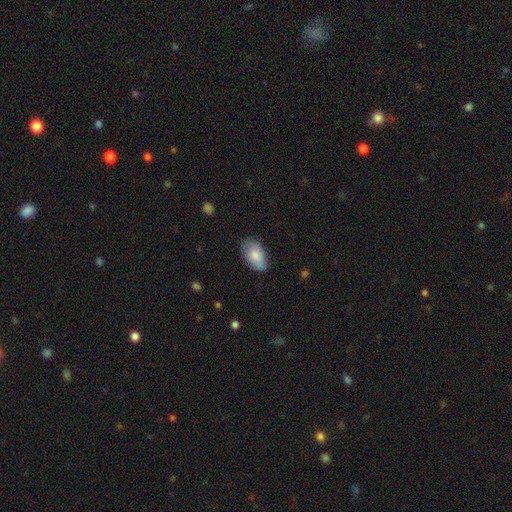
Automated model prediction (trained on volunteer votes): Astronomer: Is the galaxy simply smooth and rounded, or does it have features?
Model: smooth — 79%.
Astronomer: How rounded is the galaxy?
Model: in between — 93%.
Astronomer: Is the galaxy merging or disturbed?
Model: none — 71%.